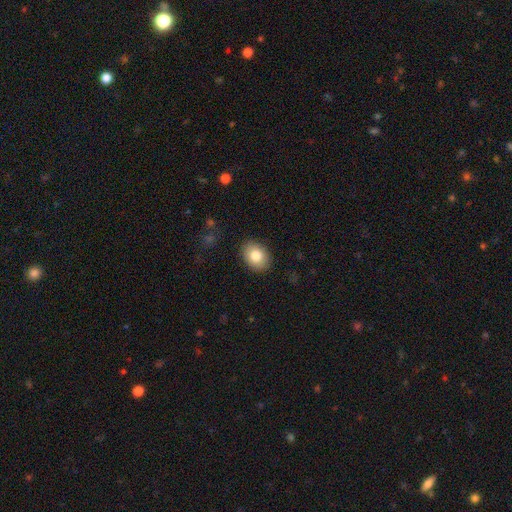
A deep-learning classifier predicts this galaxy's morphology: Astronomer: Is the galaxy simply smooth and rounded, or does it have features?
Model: smooth — 82%.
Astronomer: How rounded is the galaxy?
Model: in between — 72%.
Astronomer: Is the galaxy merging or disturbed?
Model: none — 89%.